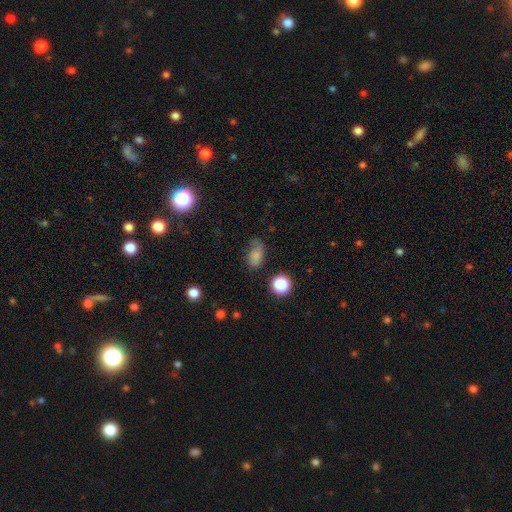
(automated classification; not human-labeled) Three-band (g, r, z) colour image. It shows a smooth galaxy with no disk features (73%) that is in between round and cigar-shaped (82%). Merging: none (49%).